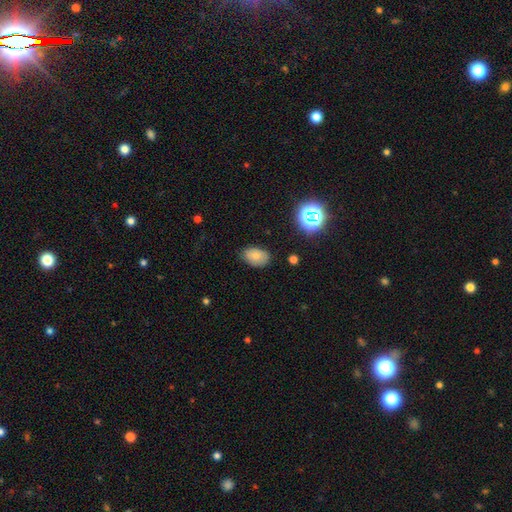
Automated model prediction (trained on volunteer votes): The model was most divided on "merging": none: 79%, minor disturbance: 16%, major disturbance: 3%, merger: 1%. More confident: how rounded — in between (85%); smooth or featured — smooth (76%).